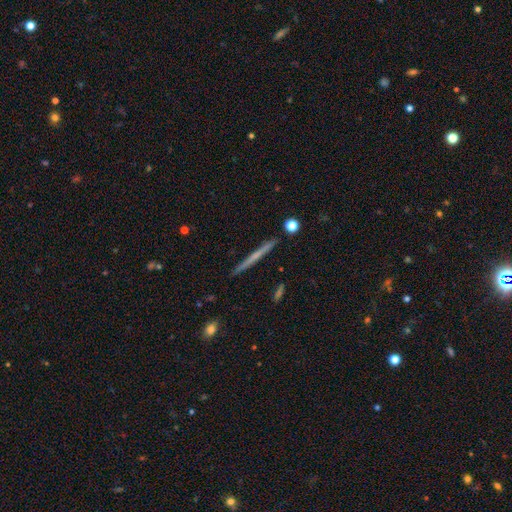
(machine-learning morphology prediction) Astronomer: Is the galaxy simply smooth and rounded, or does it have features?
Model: featured or disk — 56% (runner-up: smooth, 38%).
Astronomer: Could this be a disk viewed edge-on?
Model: yes — 98%.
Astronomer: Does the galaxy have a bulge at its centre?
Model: none — 77%.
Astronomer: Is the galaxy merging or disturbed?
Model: none — 92%.